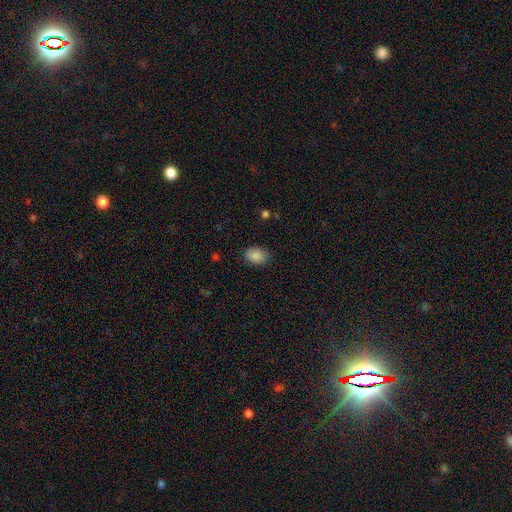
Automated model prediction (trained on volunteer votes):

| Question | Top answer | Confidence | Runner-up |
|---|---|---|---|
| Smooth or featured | smooth | 88% | star or artifact (8%) |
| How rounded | in between | 82% | round (17%) |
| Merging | none | 84% | minor disturbance (12%) |